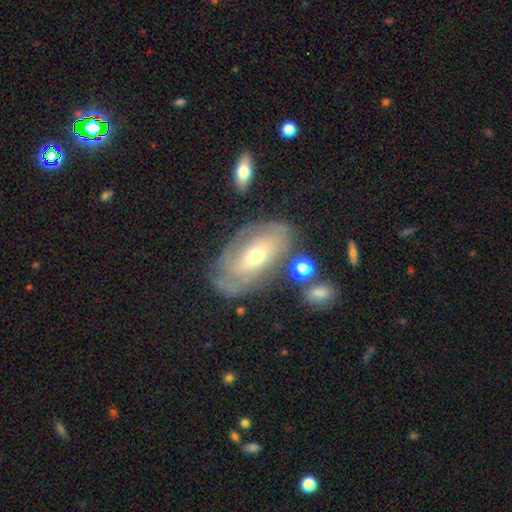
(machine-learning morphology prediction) A featured or disk galaxy (70%) with no bar (58%), spiral arms (78%) and a moderate central bulge (52%).

Vote fractions:
- Smooth or featured? featured or disk: 70% / smooth: 22% / star or artifact: 7%
- Edge-on disk? no: 92% / yes: 8%
- Bar? no: 58% / weak: 30% / strong: 11%
- Spiral arms? yes: 78% / no: 22%
- Bulge size? moderate: 52% / small: 43% / large: 3% / dominant: 1% / none: 1%
- Merging? none: 65% / minor disturbance: 20% / major disturbance: 10% / merger: 4%